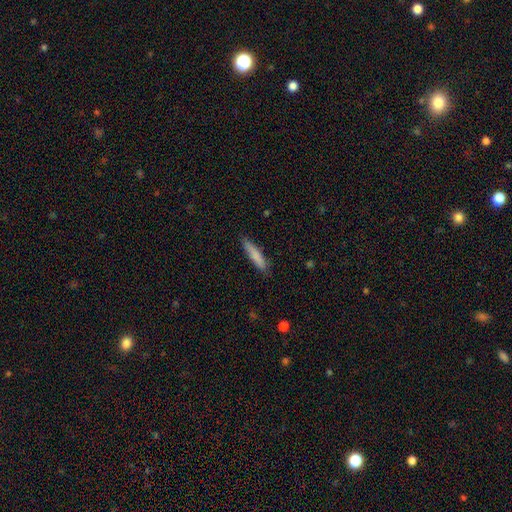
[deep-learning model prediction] smooth-or-featured: smooth: 81% | featured or disk: 13% | star or artifact: 6%
  how-rounded: cigar-shaped: 87% | in between: 12% | round: 1%
  merging: none: 84% | minor disturbance: 13% | major disturbance: 2% | merger: 1%